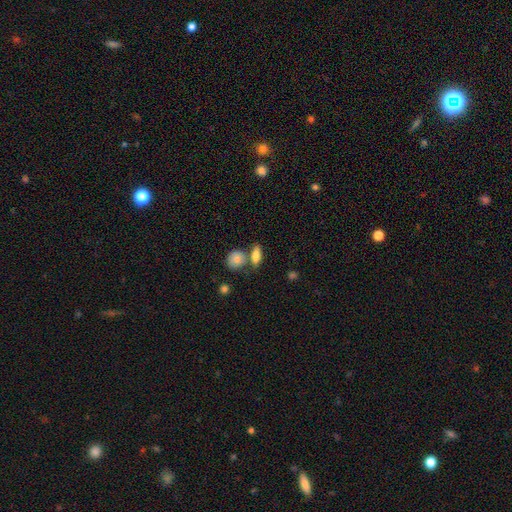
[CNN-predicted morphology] smooth 76%, featured or disk 17%, star or artifact 7%. Down the decision tree: how rounded — in between (68%); merging — none (55%).